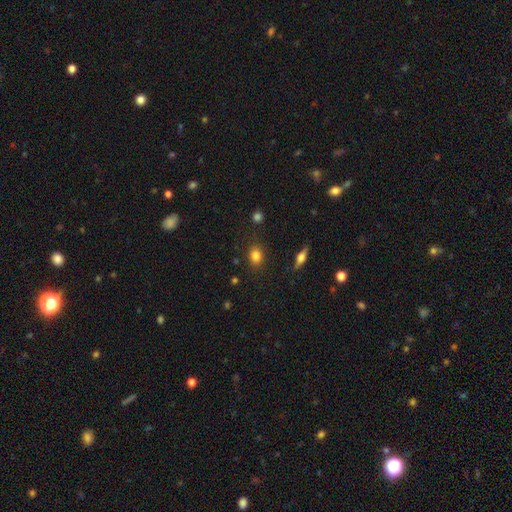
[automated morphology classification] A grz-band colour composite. It shows a smooth galaxy with no disk features (82%) that is round (52%). Merging: none (86%).